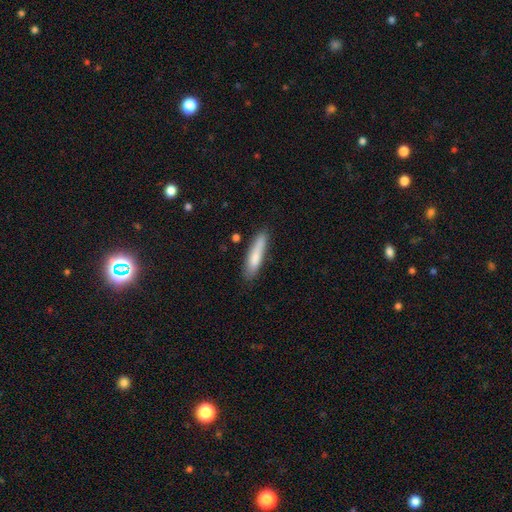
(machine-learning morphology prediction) Overall: smooth (78%). How rounded: cigar-shaped (82%). Merging: none (76%).